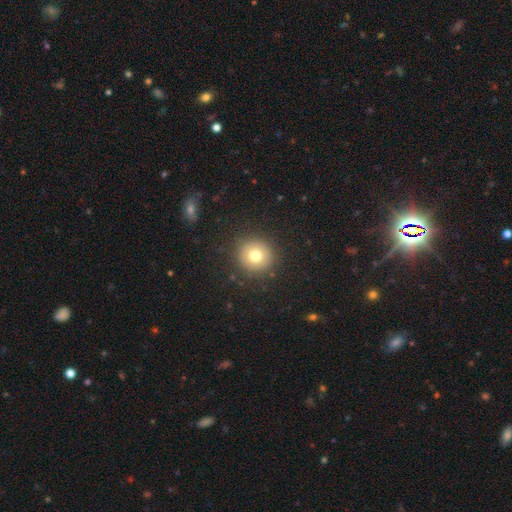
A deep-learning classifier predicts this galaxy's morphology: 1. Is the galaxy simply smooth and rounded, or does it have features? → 66% smooth, 21% star or artifact, 13% featured or disk.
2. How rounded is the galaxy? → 93% round, 6% in between, 1% cigar-shaped.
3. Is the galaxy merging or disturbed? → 90% none, 6% minor disturbance, 3% major disturbance, 1% merger.